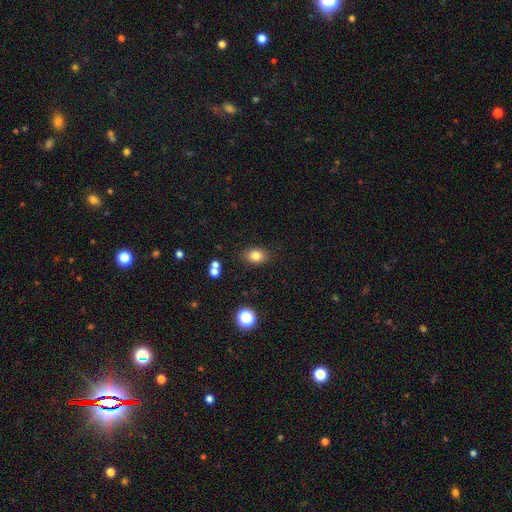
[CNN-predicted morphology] A smooth galaxy with no disk features (81%) that is in between round and cigar-shaped (66%).

Vote fractions:
- Smooth or featured? smooth: 81% / star or artifact: 11% / featured or disk: 8%
- How rounded? in between: 66% / round: 32% / cigar-shaped: 1%
- Merging? none: 84% / minor disturbance: 11% / major disturbance: 3% / merger: 3%